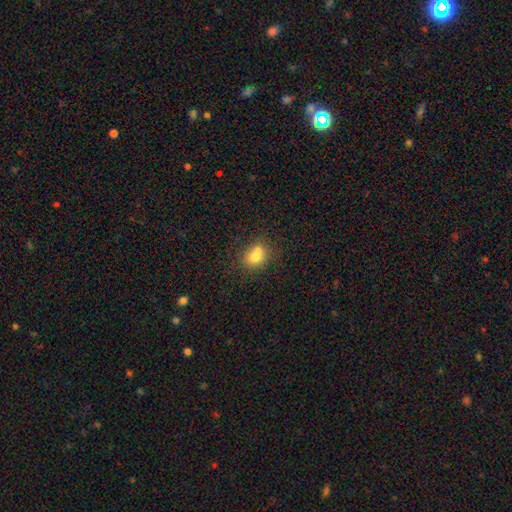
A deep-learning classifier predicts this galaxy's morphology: A smooth galaxy with no disk features (75%) that is round (51%).

Vote fractions:
- Smooth or featured? smooth: 75% / featured or disk: 14% / star or artifact: 11%
- How rounded? round: 51% / in between: 48% / cigar-shaped: 1%
- Merging? none: 45% / merger: 38% / minor disturbance: 13% / major disturbance: 4%